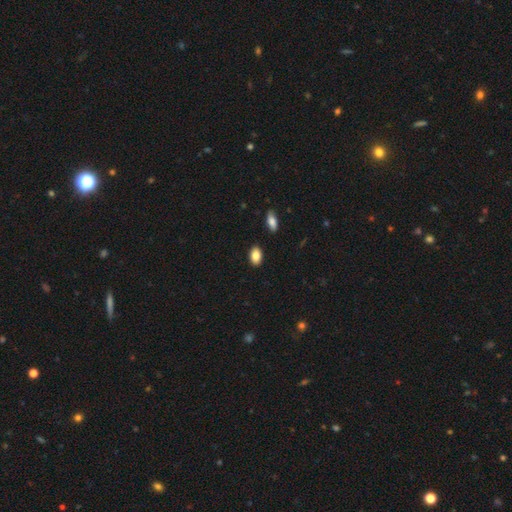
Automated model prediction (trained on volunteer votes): Smooth or featured? smooth (86%)
How rounded? in between (90%)
Merging? none (88%)